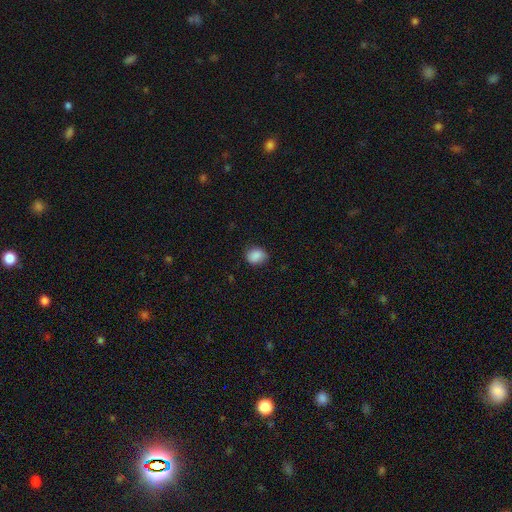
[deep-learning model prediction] Smooth or featured? smooth (88%)
How rounded? round (53%)
Merging? none (82%)